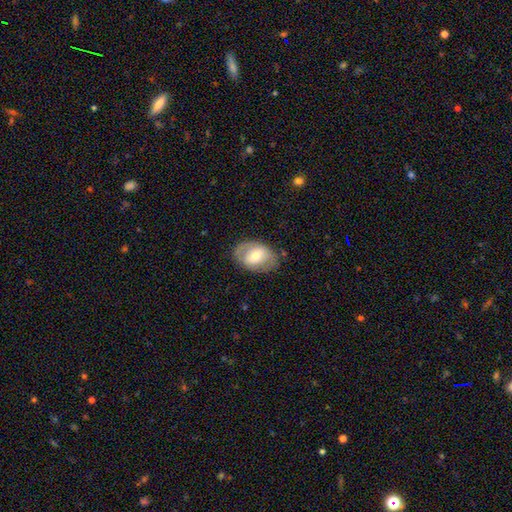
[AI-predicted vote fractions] A smooth galaxy with no disk features (50%) that is in between round and cigar-shaped (79%). Merging: none (71%).